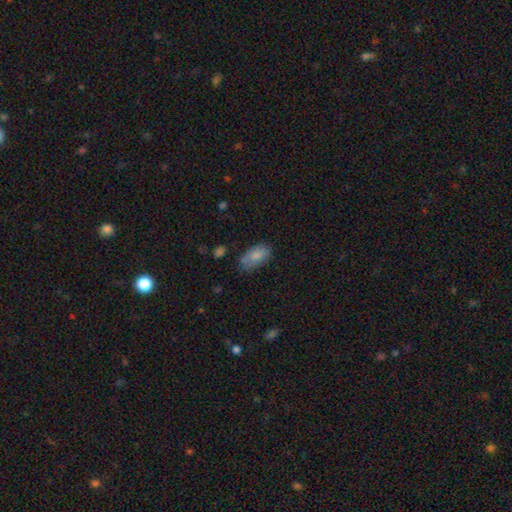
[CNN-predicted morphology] smooth 82%, featured or disk 10%, star or artifact 8%. Down the decision tree: how rounded — in between (92%); merging — none (63%).